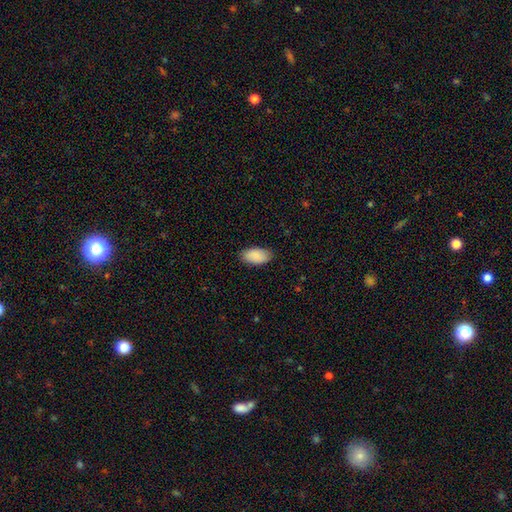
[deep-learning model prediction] The model was most divided on "merging": none: 85%, minor disturbance: 12%, major disturbance: 2%, merger: 1%. More confident: how rounded — in between (95%); smooth or featured — smooth (91%).